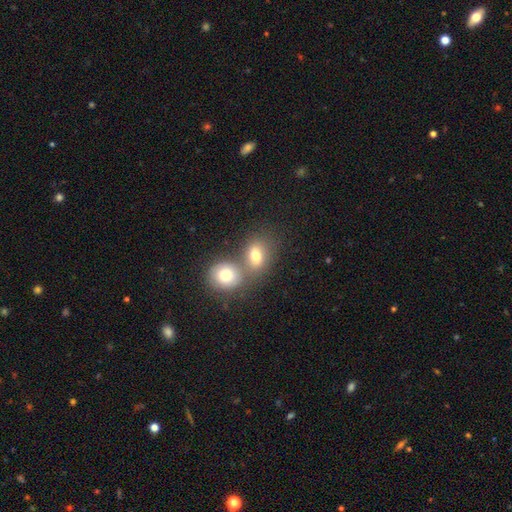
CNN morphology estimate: Smooth or featured: smooth — 75% (featured or disk — 14%)
How rounded: in between — 54% (round — 44%)
Merging: merger — 49% (none — 38%)